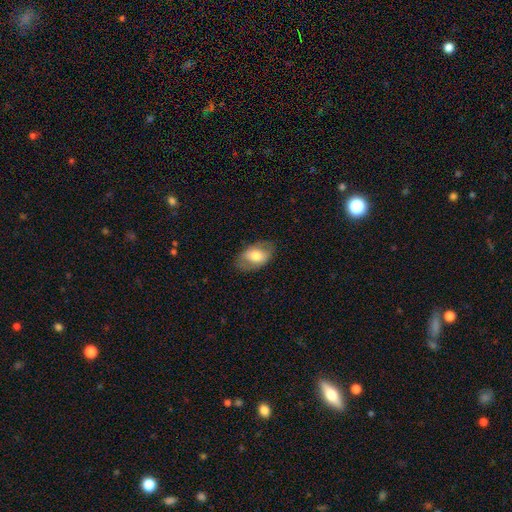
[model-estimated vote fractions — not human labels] A smooth galaxy with no disk features (58%) that is in between round and cigar-shaped (87%). Merging: none (77%).